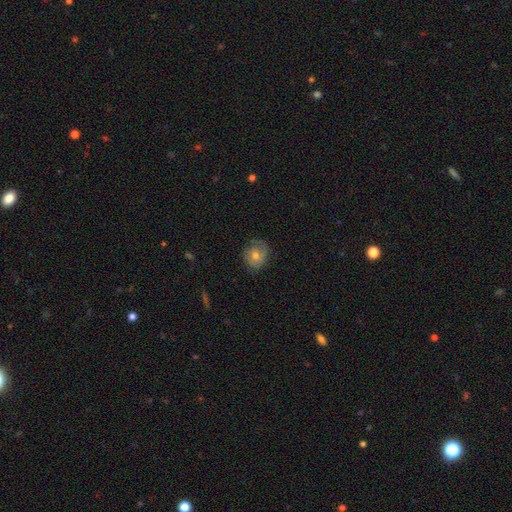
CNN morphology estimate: smooth_or_featured: featured or disk (p=0.49) [alt: smooth p=0.42]
merging: none (p=0.69) [alt: minor disturbance p=0.21]